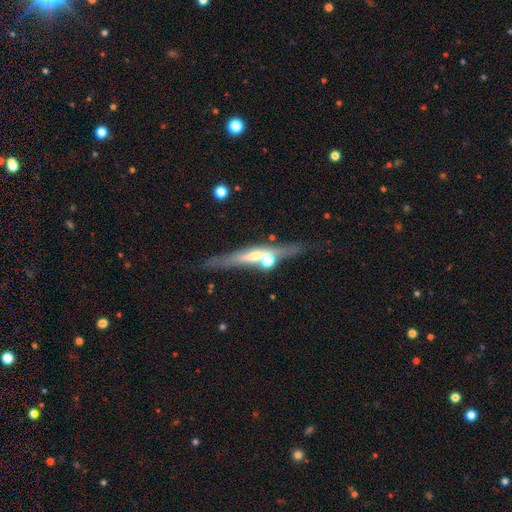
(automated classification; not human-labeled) Overall: featured or disk (67%). Edge-on disk: yes (90%). Edge-on bulge: rounded (76%). Merging: none (69%).